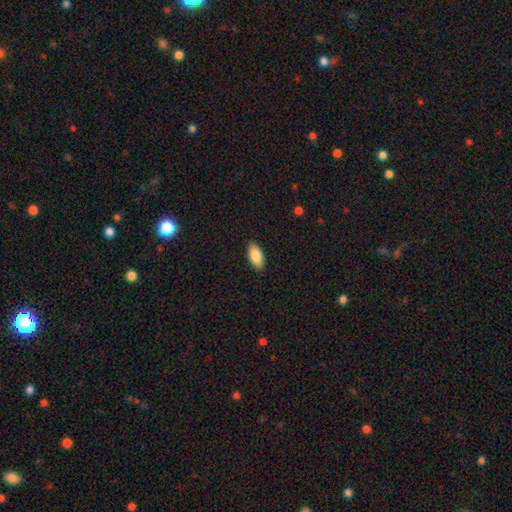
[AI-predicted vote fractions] This is clearly a smooth galaxy (85%). How rounded: clearly in between (91%). Merging: clearly none (89%).